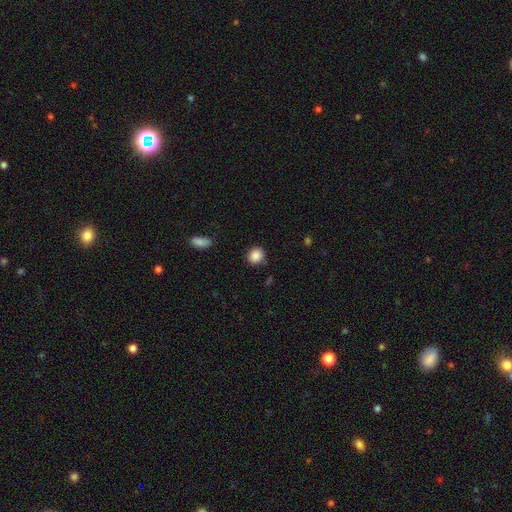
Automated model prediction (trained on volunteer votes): A smooth galaxy with no disk features (88%) that is round (82%).

Vote fractions:
- Smooth or featured? smooth: 88% / star or artifact: 8% / featured or disk: 3%
- How rounded? round: 82% / in between: 17% / cigar-shaped: 1%
- Merging? none: 85% / minor disturbance: 10% / major disturbance: 3% / merger: 2%